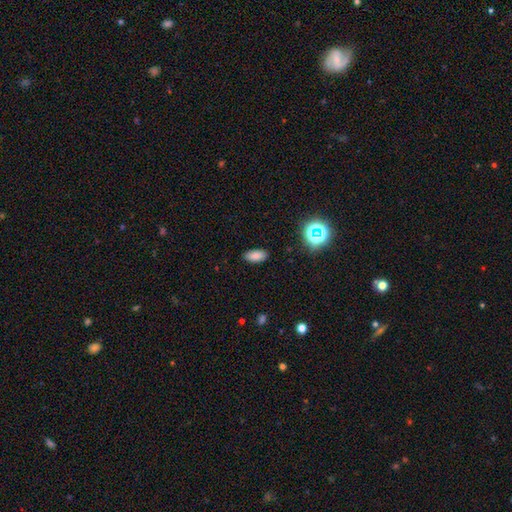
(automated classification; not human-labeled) smooth-or-featured: smooth: 81% | star or artifact: 13% | featured or disk: 5%
  how-rounded: in between: 90% | cigar-shaped: 7% | round: 4%
  merging: none: 88% | minor disturbance: 9% | major disturbance: 2% | merger: 1%